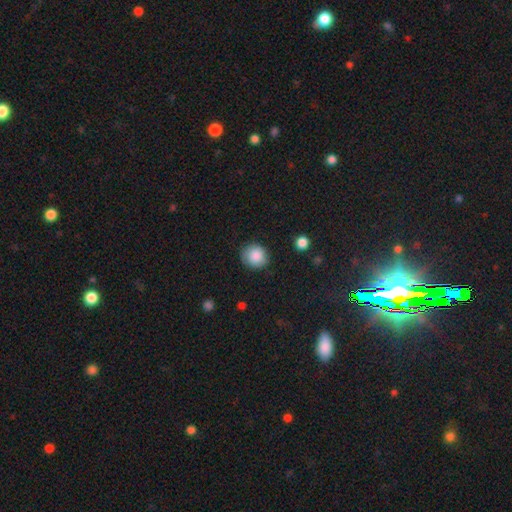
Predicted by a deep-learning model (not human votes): smooth-or-featured: smooth: 87% | star or artifact: 8% | featured or disk: 5%
  how-rounded: round: 86% | in between: 13% | cigar-shaped: 1%
  merging: none: 84% | minor disturbance: 11% | major disturbance: 3% | merger: 1%